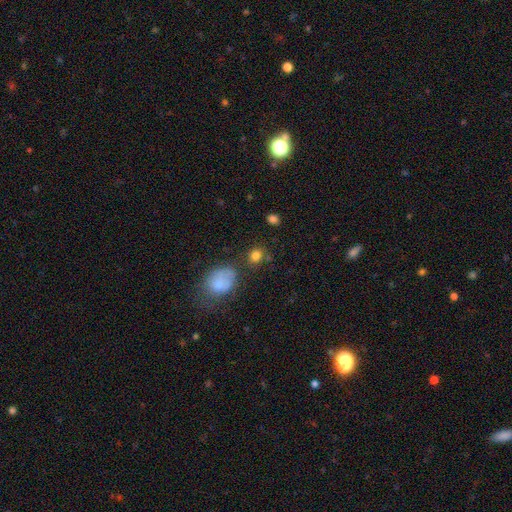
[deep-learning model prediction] A smooth galaxy with no disk features (82%) that is round (67%).

Vote fractions:
- Smooth or featured? smooth: 82% / star or artifact: 12% / featured or disk: 7%
- How rounded? round: 67% / in between: 32% / cigar-shaped: 1%
- Merging? none: 70% / minor disturbance: 15% / merger: 9% / major disturbance: 6%